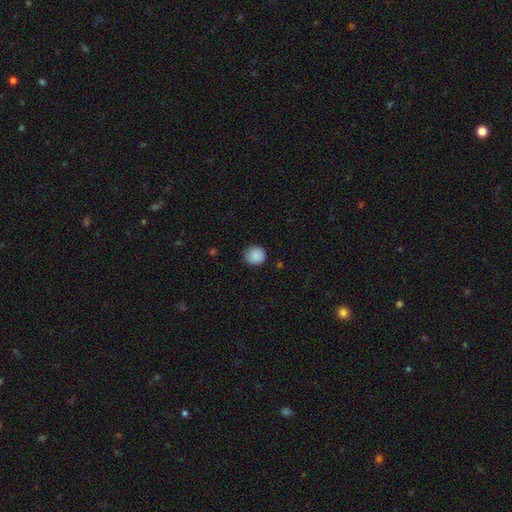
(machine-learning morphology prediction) Smooth or featured: smooth — 88% (star or artifact — 8%)
How rounded: round — 91% (in between — 8%)
Merging: none — 87% (minor disturbance — 10%)